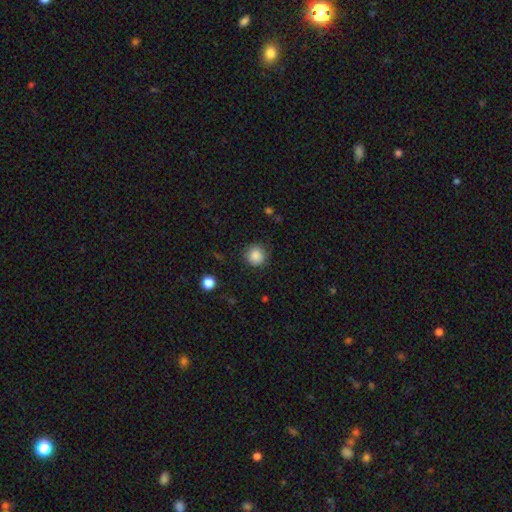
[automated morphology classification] A smooth galaxy with no disk features (87%) that is round (93%).

Vote fractions:
- Smooth or featured? smooth: 87% / star or artifact: 10% / featured or disk: 4%
- How rounded? round: 93% / in between: 6% / cigar-shaped: 1%
- Merging? none: 87% / minor disturbance: 9% / major disturbance: 3% / merger: 1%